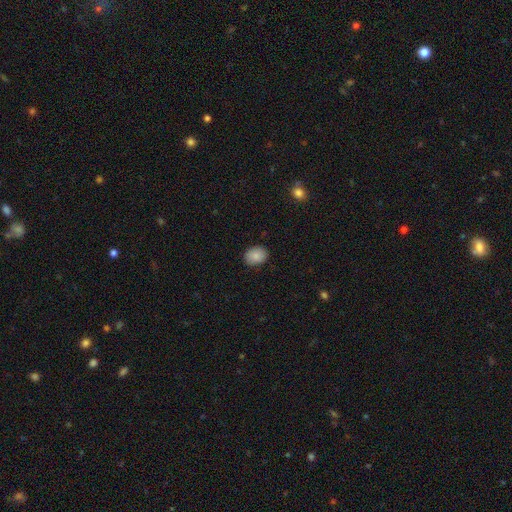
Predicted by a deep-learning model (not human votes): This is clearly a smooth galaxy (87%). How rounded: likely in between (63%). Merging: clearly none (87%).